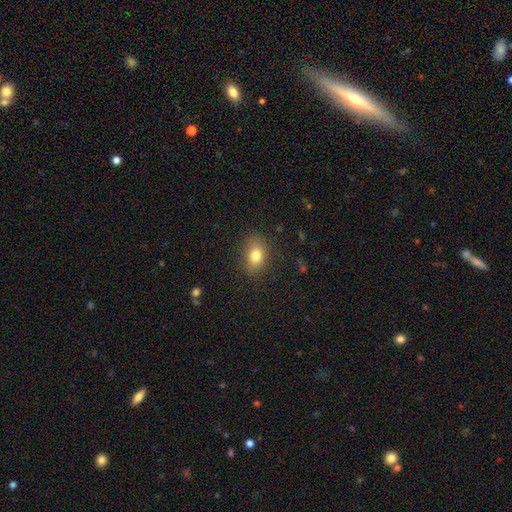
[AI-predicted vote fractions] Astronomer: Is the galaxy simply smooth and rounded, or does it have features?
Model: smooth — 80%.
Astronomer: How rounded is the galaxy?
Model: in between — 71%.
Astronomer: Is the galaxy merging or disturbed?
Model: none — 83%.